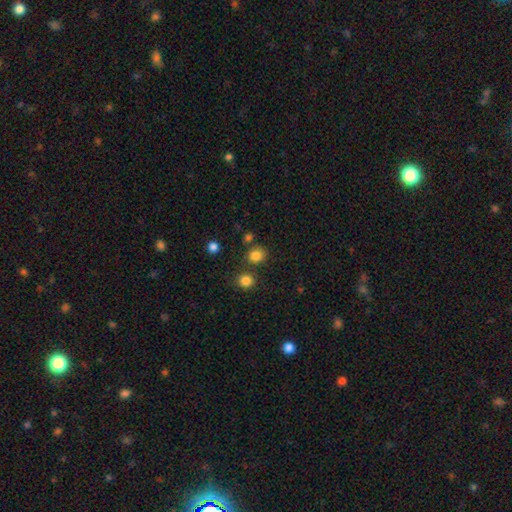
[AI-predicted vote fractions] A smooth galaxy with no disk features (82%) that is round (76%).

Vote fractions:
- Smooth or featured? smooth: 82% / star or artifact: 13% / featured or disk: 5%
- How rounded? round: 76% / in between: 23% / cigar-shaped: 1%
- Merging? none: 74% / merger: 12% / minor disturbance: 10% / major disturbance: 4%